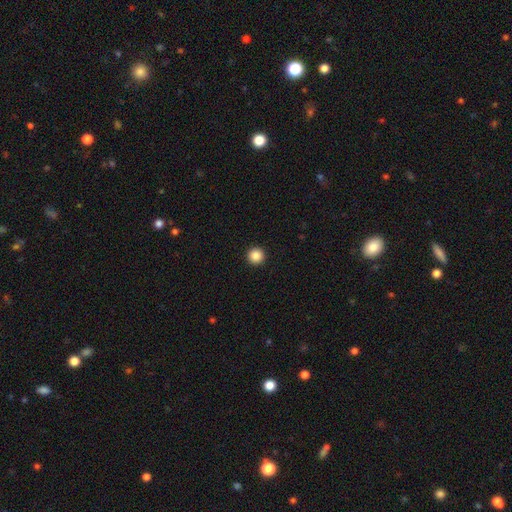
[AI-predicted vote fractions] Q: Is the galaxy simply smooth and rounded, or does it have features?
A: smooth — 87%.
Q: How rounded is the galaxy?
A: round — 97%.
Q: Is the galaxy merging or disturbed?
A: none — 94%.